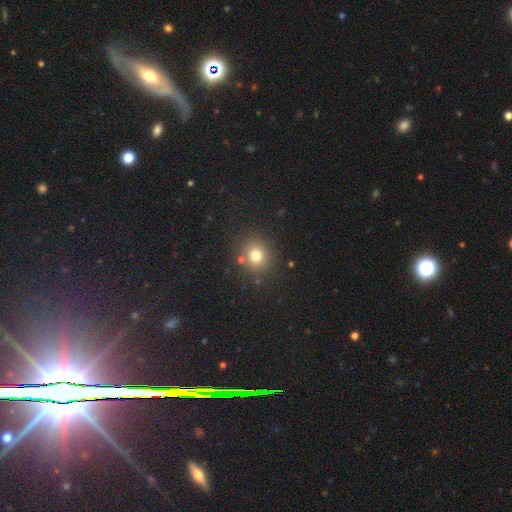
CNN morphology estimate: A smooth galaxy with no disk features (76%) that is round (82%). Merging: none (83%).